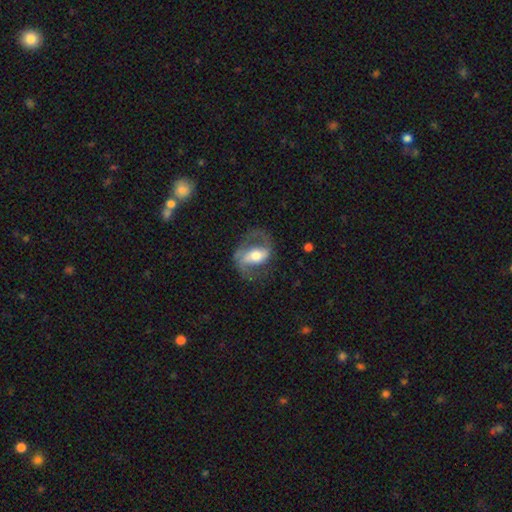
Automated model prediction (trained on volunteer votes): Morphology: type=featured or disk (78%); edge-on=no (95%); bar=strong (41%); spiral arms=yes (86%); winding=medium (49%); arm count=2 (86%); bulge=moderate (64%); merging=none (64%).